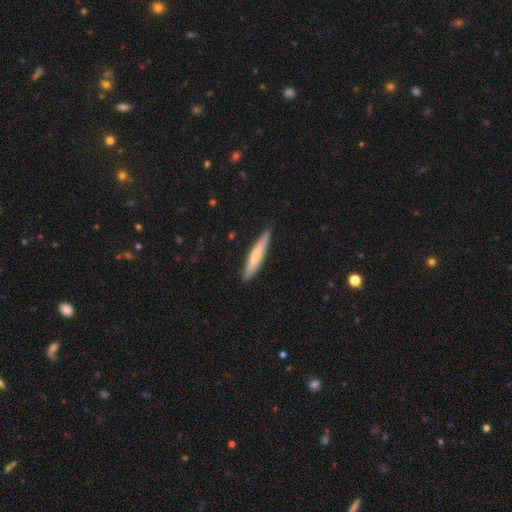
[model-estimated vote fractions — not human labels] Q: Smooth or featured?
A: smooth (65%); runner-up: featured or disk (30%)
Q: How rounded?
A: cigar-shaped (90%); runner-up: in between (9%)
Q: Merging?
A: none (85%); runner-up: minor disturbance (12%)